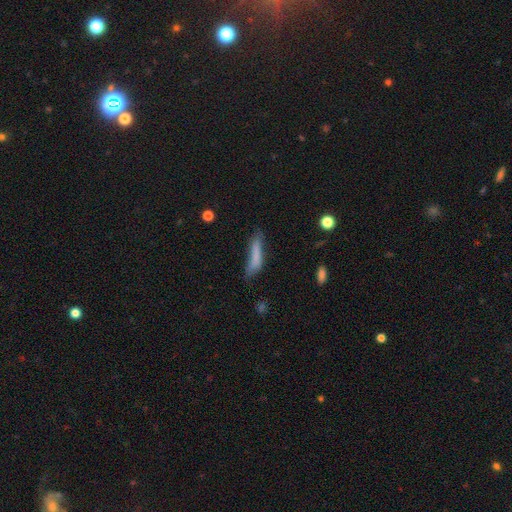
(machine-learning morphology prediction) A smooth galaxy with no disk features (73%) that is cigar-shaped (78%). Merging: none (45%).